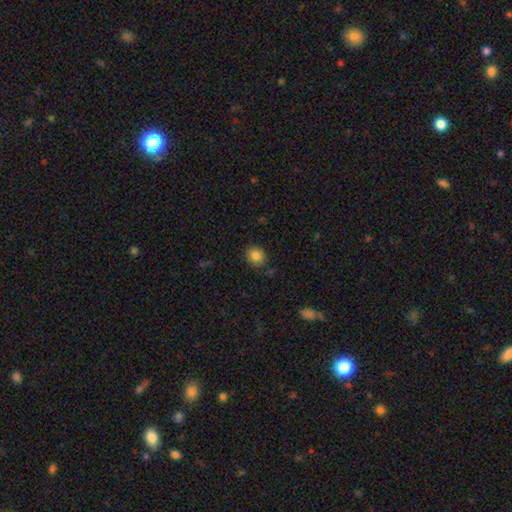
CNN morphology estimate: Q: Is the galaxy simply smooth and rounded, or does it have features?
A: smooth — 83%.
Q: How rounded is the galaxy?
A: round — 81%.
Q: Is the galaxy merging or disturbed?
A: none — 84%.